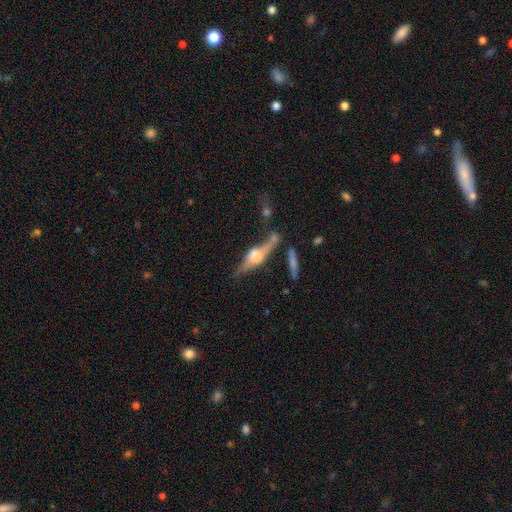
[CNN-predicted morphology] Smooth or featured? Predicted: featured or disk (p=0.71). Edge-on disk? Predicted: yes (p=0.90). Edge-on bulge? Predicted: rounded (p=0.87). Merging? Predicted: none (p=0.50).